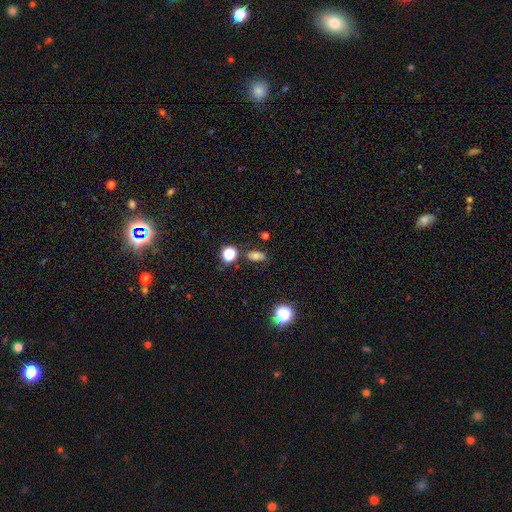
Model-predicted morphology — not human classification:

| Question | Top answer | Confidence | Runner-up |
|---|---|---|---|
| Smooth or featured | smooth | 66% | star or artifact (19%) |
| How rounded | in between | 79% | round (15%) |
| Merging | none | 78% | minor disturbance (13%) |